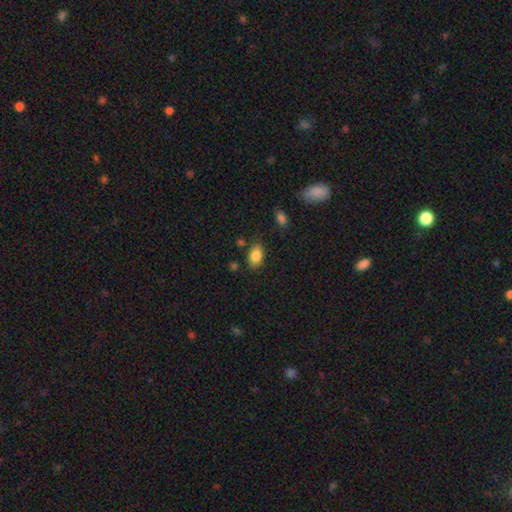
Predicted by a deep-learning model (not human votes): This is clearly a smooth galaxy (86%). How rounded: clearly in between (88%). Merging: likely none (80%).